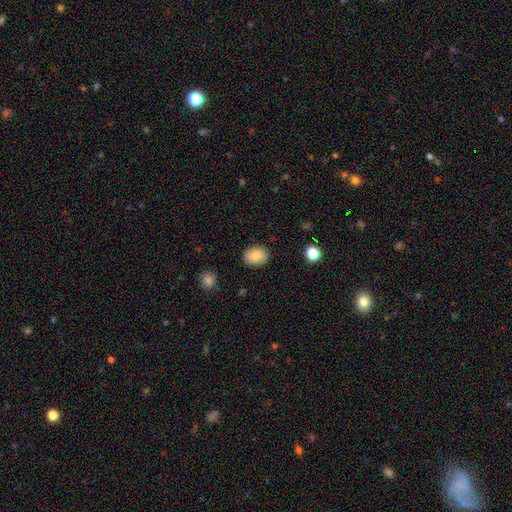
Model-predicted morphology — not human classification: type=smooth (81%); roundness=round (50%); merging=none (85%).